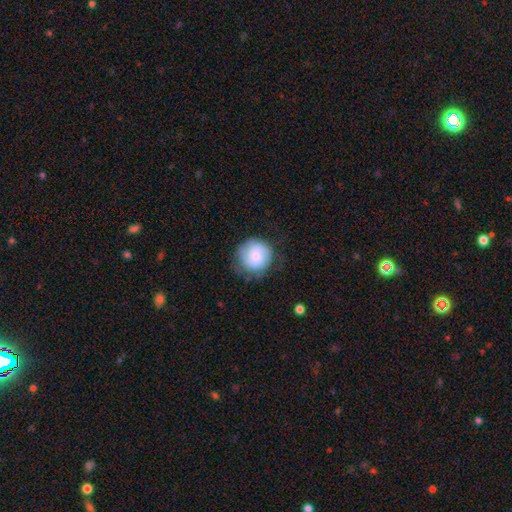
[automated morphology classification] Q: Smooth or featured?
A: smooth (46%); tied with: featured or disk (46%)
Q: Merging?
A: none (71%); runner-up: minor disturbance (19%)